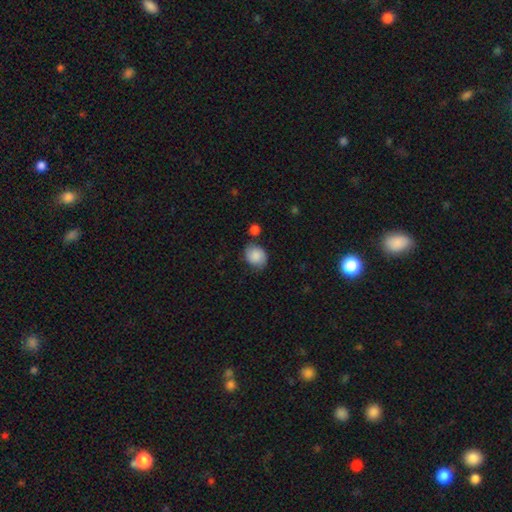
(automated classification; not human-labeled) Morphology: type=smooth (82%); roundness=round (59%); merging=none (64%).